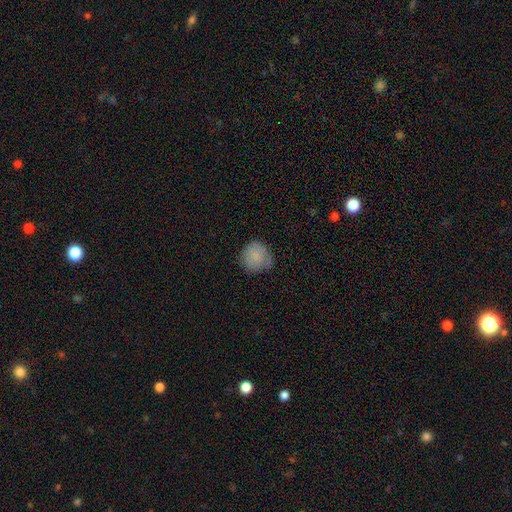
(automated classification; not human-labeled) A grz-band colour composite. It shows a smooth galaxy with no disk features (83%) that is round (88%). Merging: none (68%).